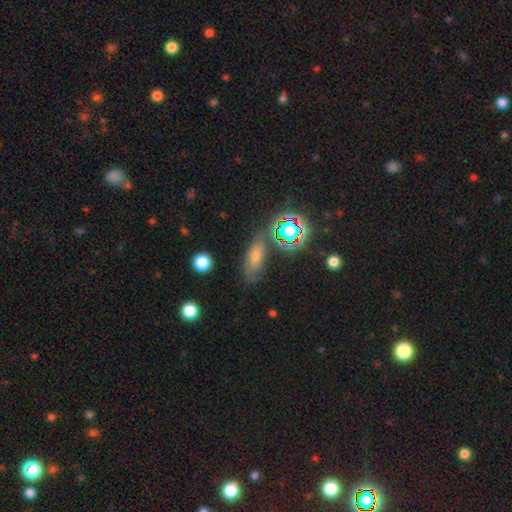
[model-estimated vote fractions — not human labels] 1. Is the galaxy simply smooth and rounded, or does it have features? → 43% smooth, 29% featured or disk, 28% star or artifact.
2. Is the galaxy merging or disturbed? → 66% none, 20% minor disturbance, 8% major disturbance, 6% merger.